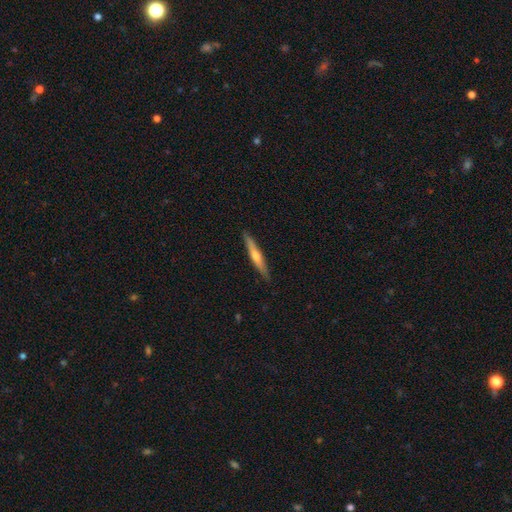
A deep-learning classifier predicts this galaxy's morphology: A featured or disk galaxy (58%) viewed edge-on (96%) with a rounded central bulge (82%).

Vote fractions:
- Smooth or featured? featured or disk: 58% / smooth: 36% / star or artifact: 6%
- Edge-on disk? yes: 96% / no: 4%
- Edge-on bulge? rounded: 82% / none: 14% / boxy: 4%
- Merging? none: 90% / minor disturbance: 8% / major disturbance: 1% / merger: 1%